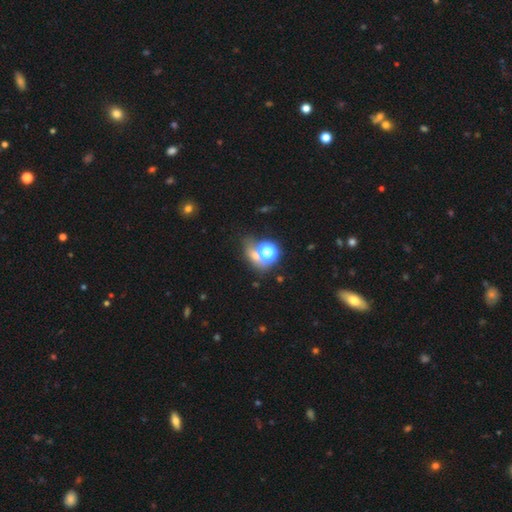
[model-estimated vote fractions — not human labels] Q: Smooth or featured?
A: smooth (46%); runner-up: star or artifact (42%)
Q: Merging?
A: none (56%); runner-up: merger (22%)